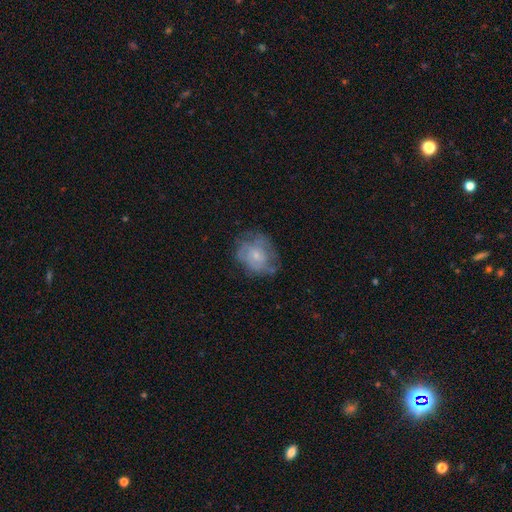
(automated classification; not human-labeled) This is possibly a featured or disk galaxy (52%). It is clearly not viewed edge-on (97%). Bar: likely no (80%). Spiral arm pattern: possibly yes (58%). Central bulge: likely small (64%). Merging: possibly none (55%).